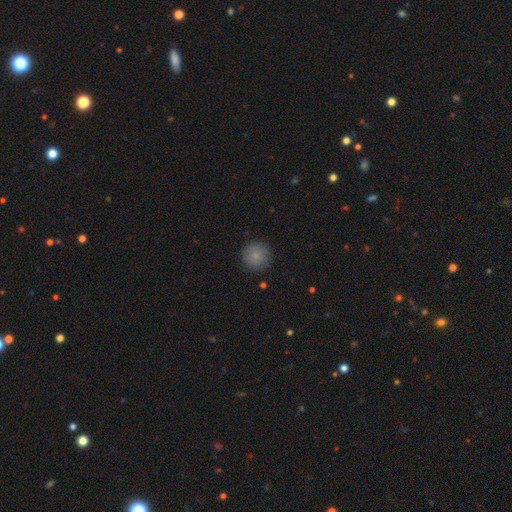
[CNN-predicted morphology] This appears to be a smooth galaxy with no disk features (84%) that is round (95%). Merging: none (89%).